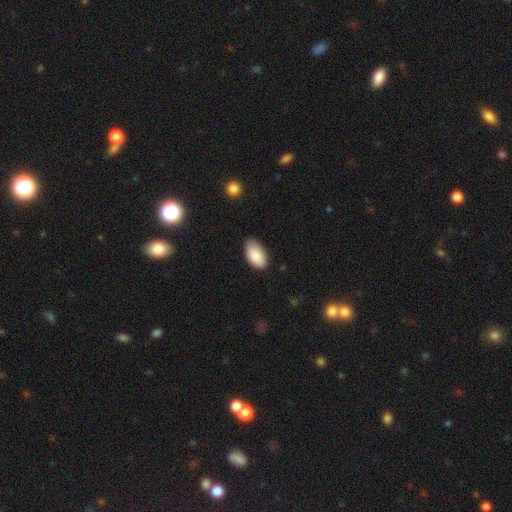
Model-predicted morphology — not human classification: Smooth or featured? Predicted: smooth (p=0.89). How rounded? Predicted: in between (p=0.96). Merging? Predicted: none (p=0.74).